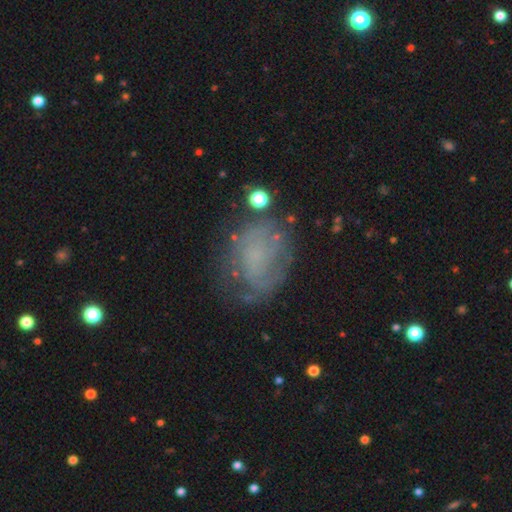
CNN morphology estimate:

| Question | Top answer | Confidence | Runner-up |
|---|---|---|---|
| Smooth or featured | featured or disk | 42% | smooth (41%) |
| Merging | none | 58% | minor disturbance (23%) |